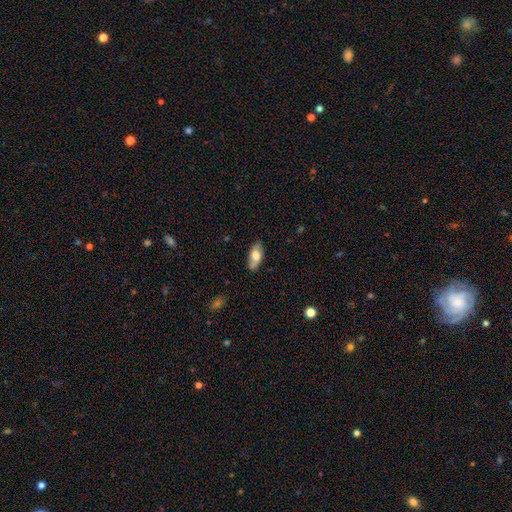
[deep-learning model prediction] smooth-or-featured: smooth: 71% | featured or disk: 23% | star or artifact: 6%
  how-rounded: in between: 85% | cigar-shaped: 12% | round: 3%
  merging: none: 82% | minor disturbance: 14% | major disturbance: 3% | merger: 2%